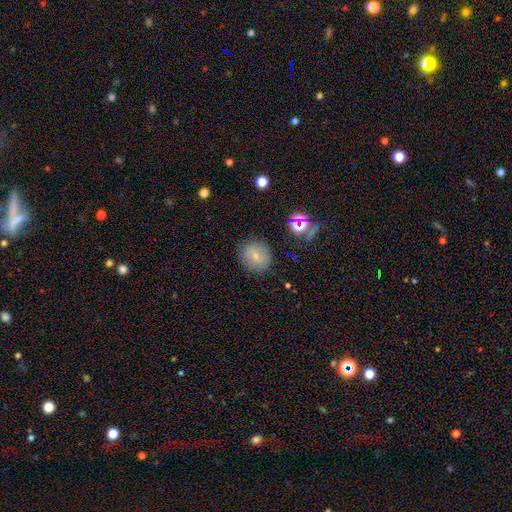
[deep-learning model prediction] smooth 65%, featured or disk 20%, star or artifact 15%. Down the decision tree: how rounded — round (79%); merging — none (84%).